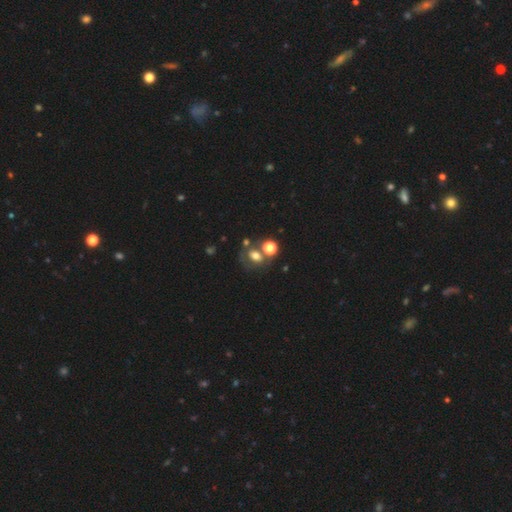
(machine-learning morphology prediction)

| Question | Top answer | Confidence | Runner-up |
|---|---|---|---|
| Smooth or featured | smooth | 58% | featured or disk (24%) |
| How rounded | round | 52% | in between (47%) |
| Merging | none | 48% | merger (29%) |